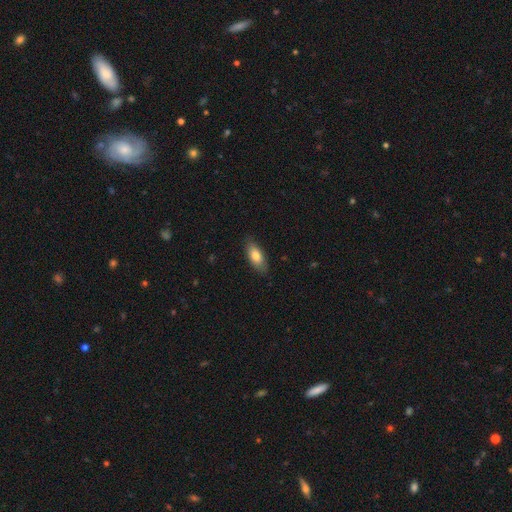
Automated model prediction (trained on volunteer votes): The model was most divided on "smooth or featured": smooth: 78%, featured or disk: 16%, star or artifact: 6%. More confident: merging — none (83%); how rounded — in between (82%).